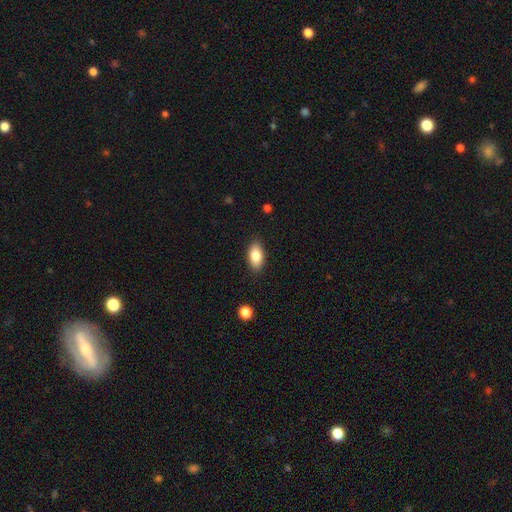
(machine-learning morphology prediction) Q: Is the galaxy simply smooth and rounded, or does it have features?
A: smooth — 83%.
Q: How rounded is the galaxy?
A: in between — 92%.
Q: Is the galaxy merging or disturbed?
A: none — 88%.